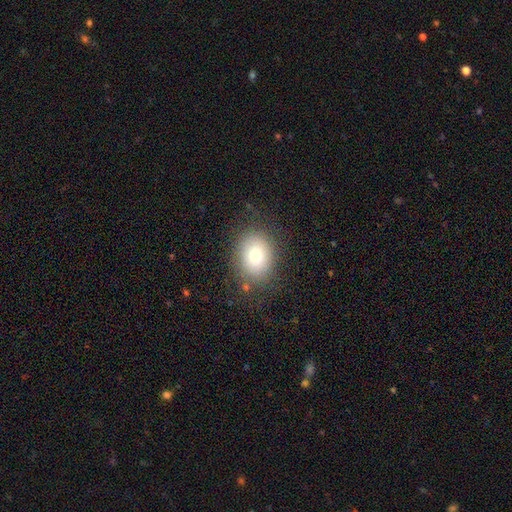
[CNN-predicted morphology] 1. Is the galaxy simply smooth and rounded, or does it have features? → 76% smooth, 13% featured or disk, 11% star or artifact.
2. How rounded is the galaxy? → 50% round, 49% in between, 1% cigar-shaped.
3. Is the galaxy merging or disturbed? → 81% none, 12% minor disturbance, 5% major disturbance, 2% merger.